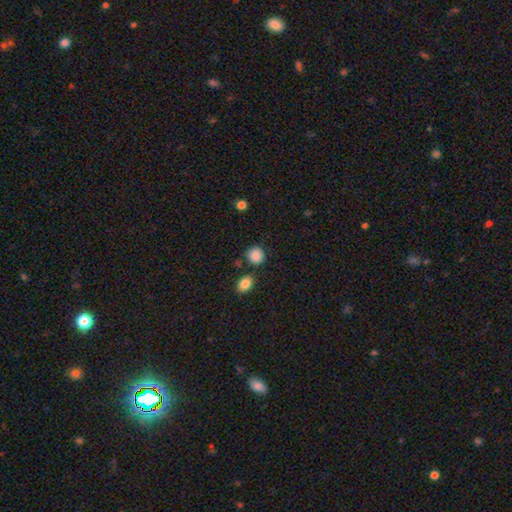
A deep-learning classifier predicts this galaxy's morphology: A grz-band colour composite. It shows a smooth galaxy with no disk features (87%) that is round (85%). Merging: none (78%).